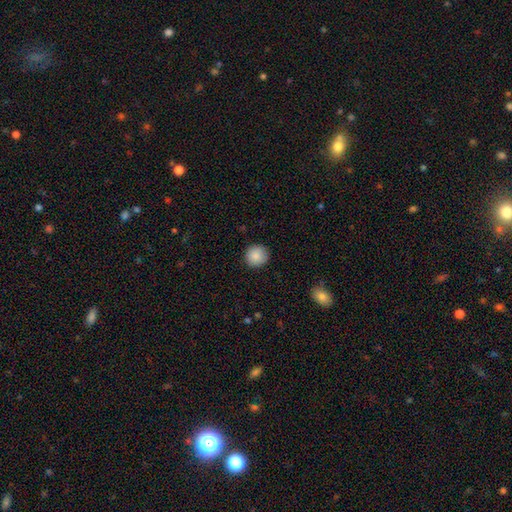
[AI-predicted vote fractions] Smooth or featured?
  - smooth: 88% *
  - star or artifact: 8%
  - featured or disk: 5%
How rounded?
  - round: 92% *
  - in between: 8%
  - cigar-shaped: 1%
Merging?
  - none: 90% *
  - minor disturbance: 7%
  - major disturbance: 2%
  - merger: 1%